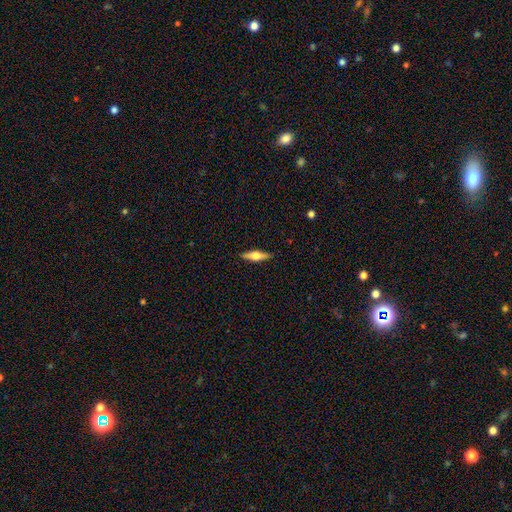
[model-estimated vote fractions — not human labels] Q: Smooth or featured?
A: featured or disk (52%); runner-up: smooth (42%)
Q: Edge-on disk?
A: yes (95%); runner-up: no (5%)
Q: Merging?
A: none (90%); runner-up: minor disturbance (8%)